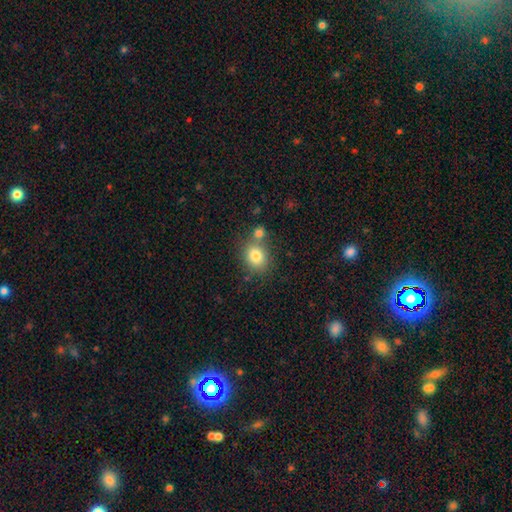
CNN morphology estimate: Q: Smooth or featured?
A: smooth (80%); runner-up: star or artifact (11%)
Q: How rounded?
A: round (67%); runner-up: in between (32%)
Q: Merging?
A: none (61%); runner-up: merger (24%)